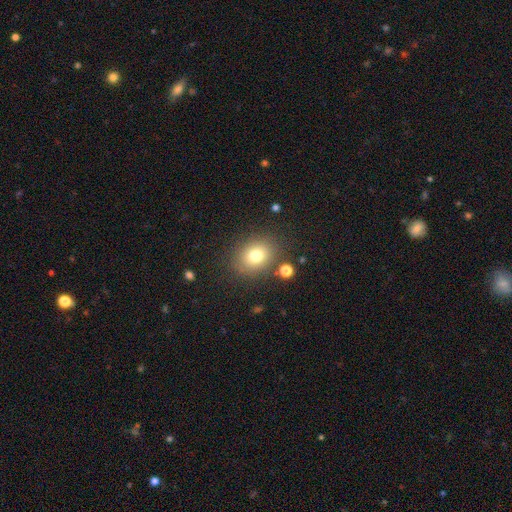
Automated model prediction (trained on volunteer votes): A smooth galaxy with no disk features (76%) that is round (56%). Merging: none (81%).